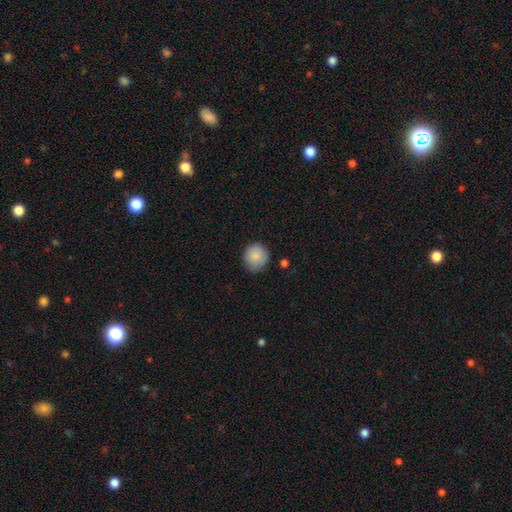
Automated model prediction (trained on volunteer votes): This is clearly a smooth galaxy (86%). How rounded: clearly round (90%). Merging: clearly none (81%).